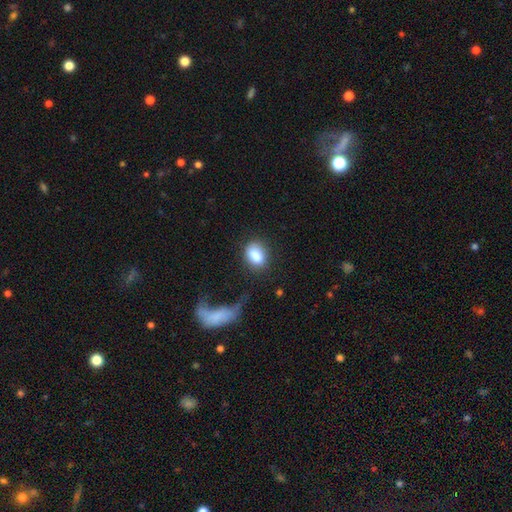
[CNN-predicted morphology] A smooth galaxy with no disk features (85%) that is in between round and cigar-shaped (72%). Merging: none (72%).